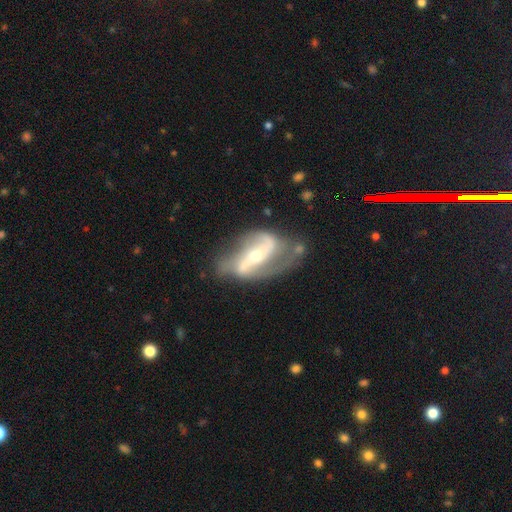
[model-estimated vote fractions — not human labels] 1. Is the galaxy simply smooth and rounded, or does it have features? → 88% featured or disk, 7% smooth, 5% star or artifact.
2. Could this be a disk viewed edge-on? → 95% no, 5% yes.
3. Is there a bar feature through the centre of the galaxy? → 49% strong, 28% weak, 23% no.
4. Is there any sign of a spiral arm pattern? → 94% yes, 6% no.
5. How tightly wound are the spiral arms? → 55% loose, 34% medium, 11% tight.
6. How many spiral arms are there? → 90% 2, 4% can't tell, 3% 1, 2% 3, 1% 4, 1% more than 4.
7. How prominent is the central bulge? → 49% small, 46% moderate, 2% large, 1% none, 1% dominant.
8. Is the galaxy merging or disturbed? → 57% none, 23% minor disturbance, 14% major disturbance, 6% merger.